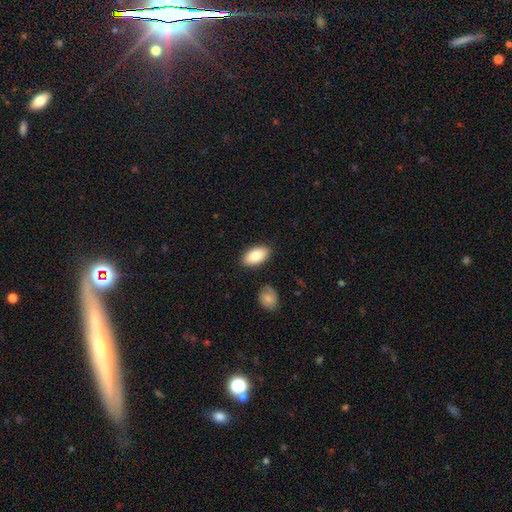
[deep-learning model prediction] A smooth galaxy with no disk features (86%) that is in between round and cigar-shaped (94%).

Vote fractions:
- Smooth or featured? smooth: 86% / featured or disk: 8% / star or artifact: 6%
- How rounded? in between: 94% / round: 3% / cigar-shaped: 3%
- Merging? none: 84% / minor disturbance: 10% / merger: 3% / major disturbance: 2%